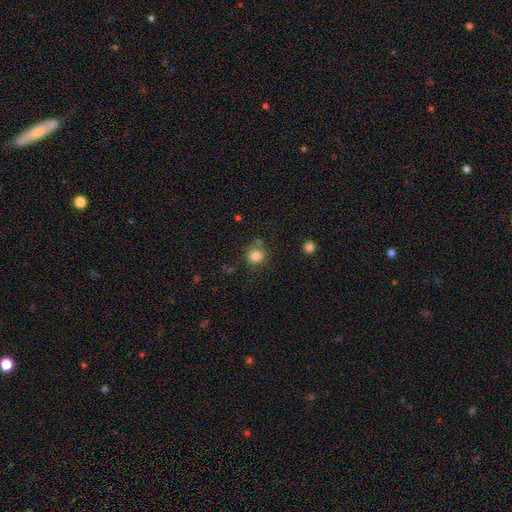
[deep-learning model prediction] Smooth or featured?
  - smooth: 83% *
  - star or artifact: 11%
  - featured or disk: 6%
How rounded?
  - round: 87% *
  - in between: 12%
  - cigar-shaped: 1%
Merging?
  - none: 72% *
  - minor disturbance: 15%
  - merger: 8%
  - major disturbance: 5%